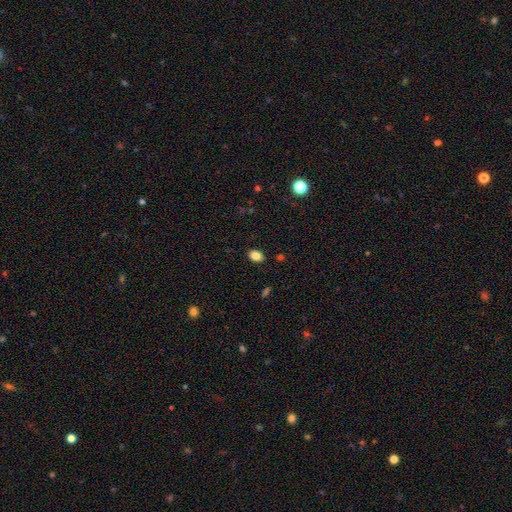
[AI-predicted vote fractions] Morphology: type=smooth (85%); roundness=in between (79%); merging=none (88%).